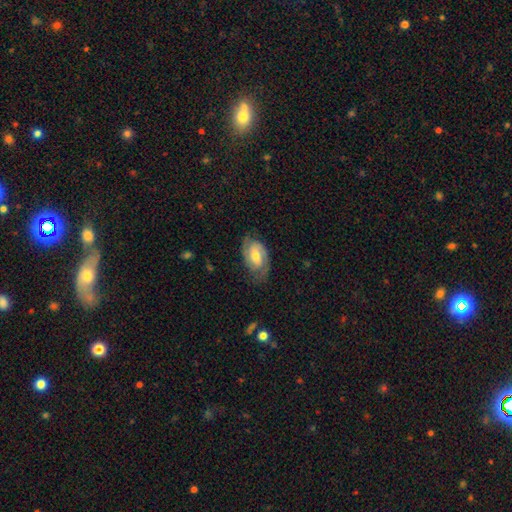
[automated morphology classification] Overall: featured or disk (70%). Edge-on disk: no (96%). Bar: weak (44%; no 41%). Spiral arms: yes (90%). Spiral arm count: 2 (81%). Spiral winding: tight (43%; medium 41%). Bulge size: moderate (61%; small 31%). Merging: none (71%).